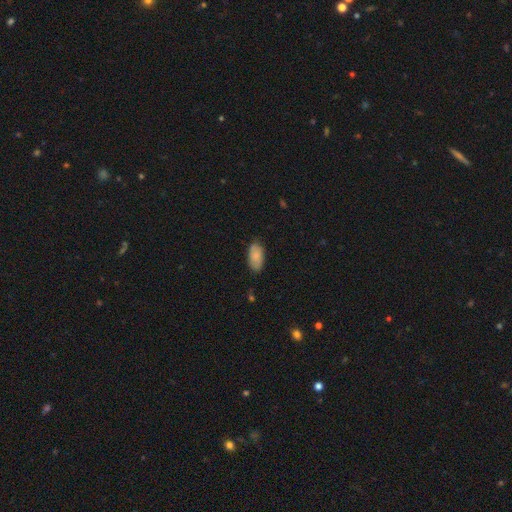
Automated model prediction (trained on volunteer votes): Smooth or featured?
  - smooth: 86% *
  - featured or disk: 7%
  - star or artifact: 6%
How rounded?
  - in between: 93% *
  - cigar-shaped: 5%
  - round: 2%
Merging?
  - none: 82% *
  - minor disturbance: 14%
  - major disturbance: 3%
  - merger: 1%